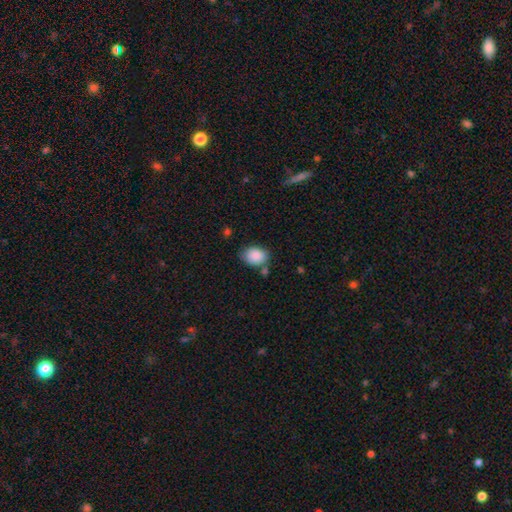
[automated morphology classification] A smooth galaxy with no disk features (87%) that is in between round and cigar-shaped (64%).

Vote fractions:
- Smooth or featured? smooth: 87% / star or artifact: 7% / featured or disk: 5%
- How rounded? in between: 64% / round: 35% / cigar-shaped: 1%
- Merging? none: 67% / minor disturbance: 20% / merger: 9% / major disturbance: 5%